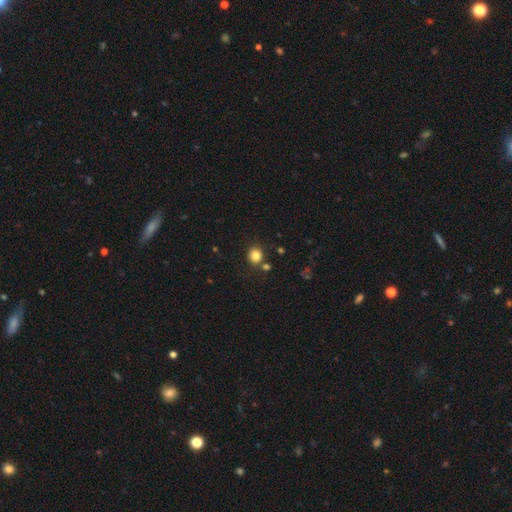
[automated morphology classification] Smooth or featured? Predicted: smooth (p=0.83). How rounded? Predicted: round (p=0.85). Merging? Predicted: none (p=0.81).